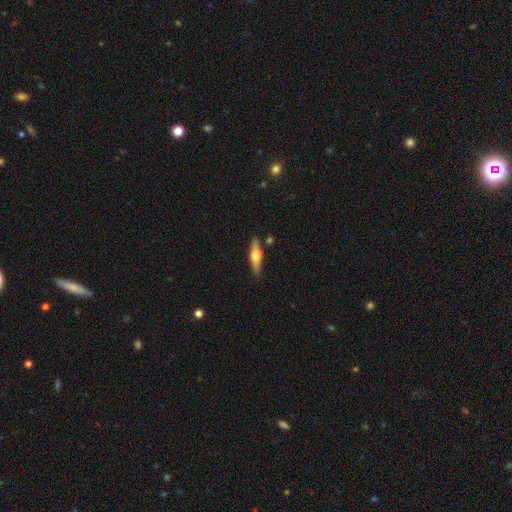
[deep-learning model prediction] This is possibly a featured or disk galaxy (57%). It is clearly viewed edge-on (93%). Edge-on bulge: clearly rounded (94%). Merging: clearly none (85%).